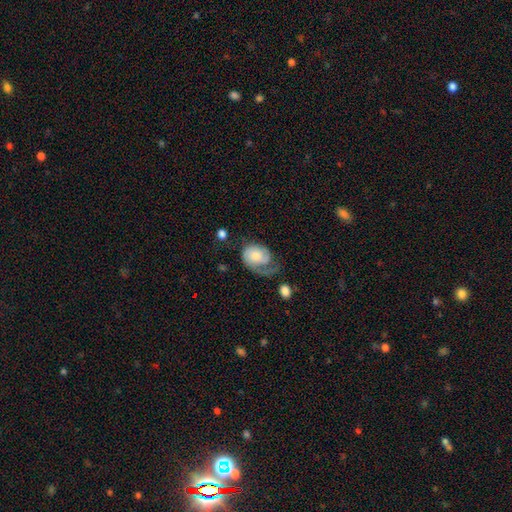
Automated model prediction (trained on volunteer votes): The model was most divided on "merging": major disturbance: 40%, none: 31%, minor disturbance: 25%, merger: 3%. Remaining: edge-on disk — no (97%); spiral arms — yes (87%); bar — no (77%); smooth or featured — featured or disk (57%); bulge size — moderate (39%).